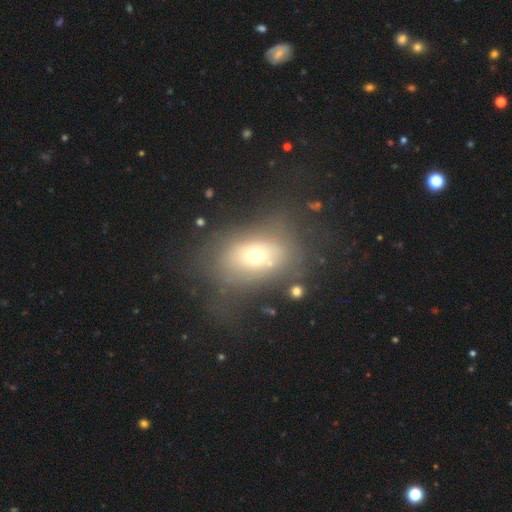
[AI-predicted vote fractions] This appears to be a smooth galaxy with no disk features (57%) that is in between round and cigar-shaped (70%). Merging: none (49%).